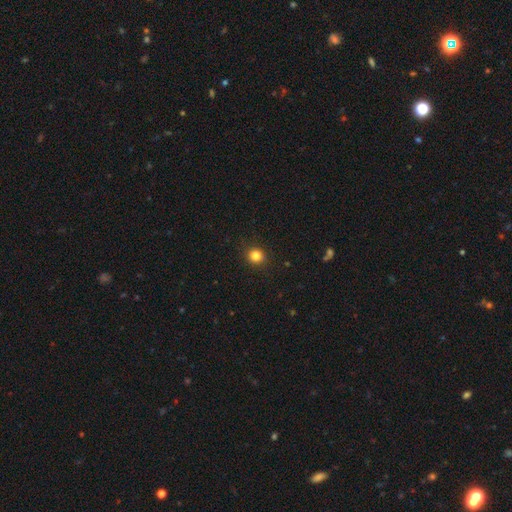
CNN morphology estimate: smooth_or_featured: smooth (p=0.84) [alt: star or artifact p=0.12]
how_rounded: round (p=0.88) [alt: in between p=0.11]
merging: none (p=0.91) [alt: minor disturbance p=0.06]